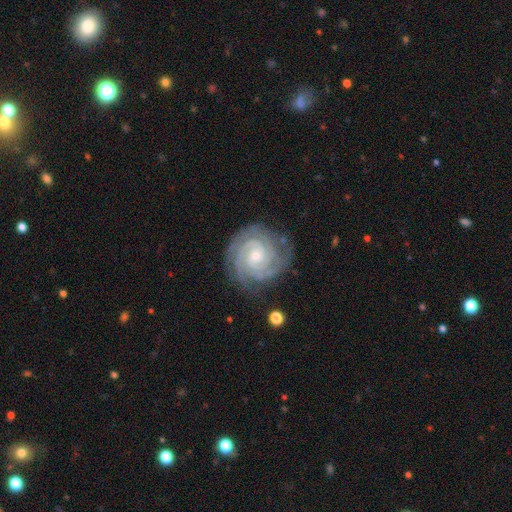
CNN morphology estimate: Smooth or featured: featured or disk — 91% (star or artifact — 5%)
Edge-on disk: no — 98% (yes — 2%)
Bar: no — 65% (weak — 26%)
Spiral arms: yes — 99% (no — 1%)
Spiral winding: tight — 83% (medium — 15%)
Spiral arm count: 3 — 30% (tied with 2 — 30%)
Bulge size: small — 70% (moderate — 26%)
Merging: none — 82% (minor disturbance — 13%)